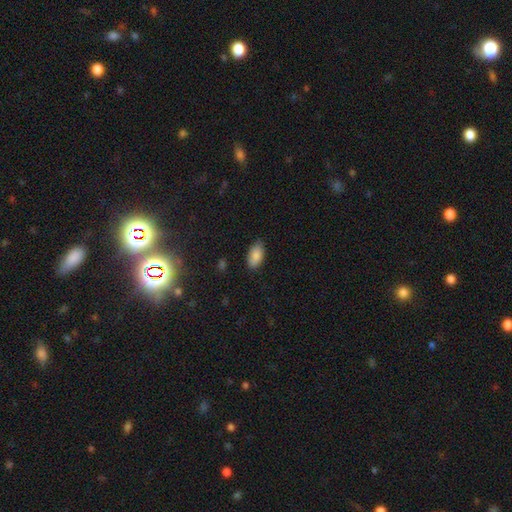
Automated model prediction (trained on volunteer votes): smooth 87%, star or artifact 7%, featured or disk 5%. Down the decision tree: how rounded — in between (94%); merging — none (82%).